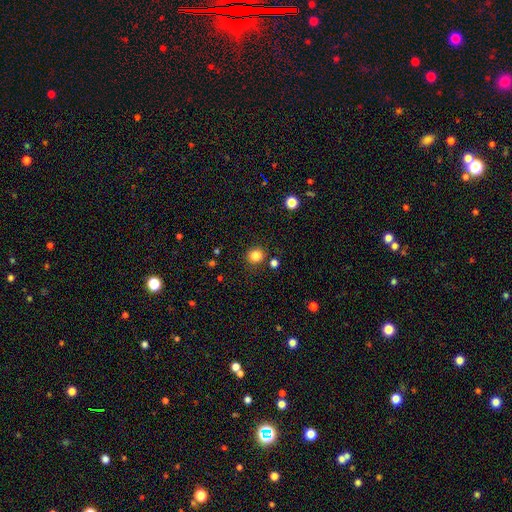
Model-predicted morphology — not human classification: Smooth or featured? smooth (83%)
How rounded? round (89%)
Merging? none (86%)